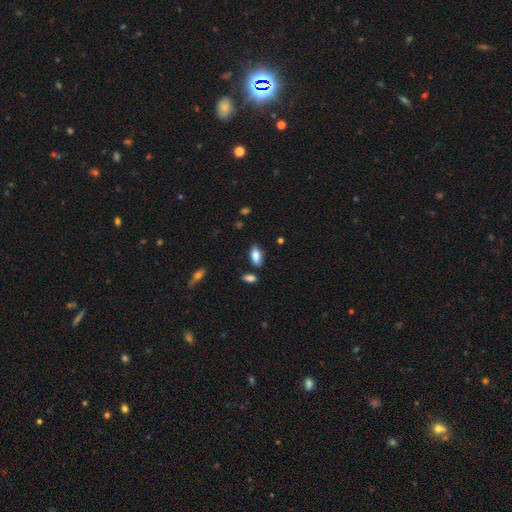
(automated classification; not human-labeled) The model was most divided on "merging": none: 77%, minor disturbance: 15%, merger: 5%, major disturbance: 3%. More confident: how rounded — in between (88%); smooth or featured — smooth (84%).